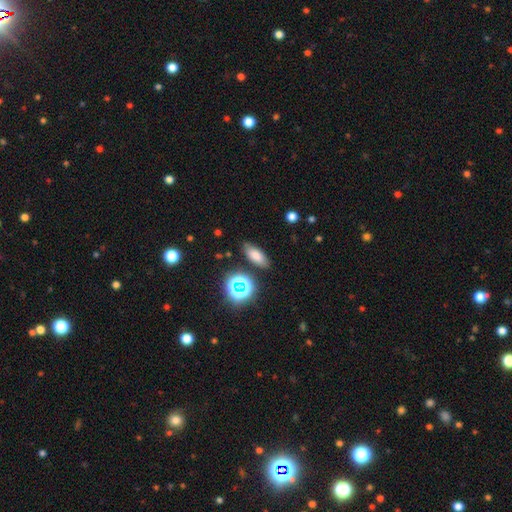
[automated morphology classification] Smooth or featured: smooth — 74% (star or artifact — 17%)
How rounded: in between — 78% (cigar-shaped — 14%)
Merging: none — 82% (minor disturbance — 11%)